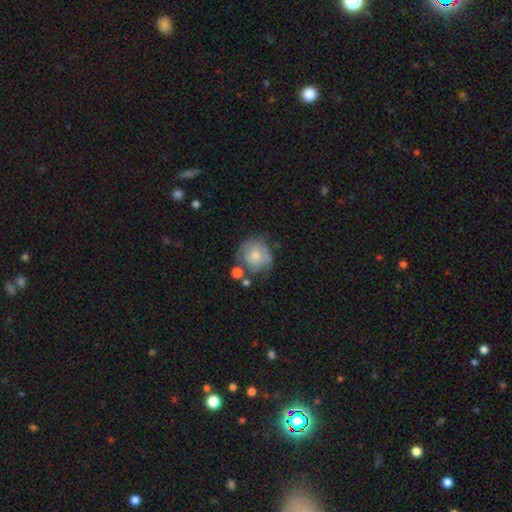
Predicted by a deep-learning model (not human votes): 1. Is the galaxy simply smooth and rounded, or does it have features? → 55% smooth, 37% featured or disk, 8% star or artifact.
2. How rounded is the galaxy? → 86% round, 13% in between, 1% cigar-shaped.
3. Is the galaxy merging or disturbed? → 50% none, 25% minor disturbance, 13% major disturbance, 12% merger.